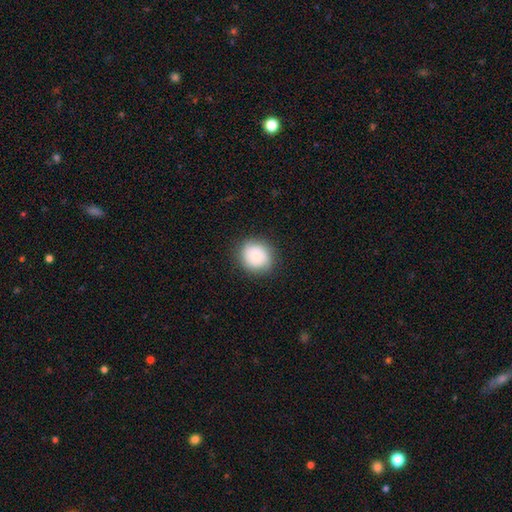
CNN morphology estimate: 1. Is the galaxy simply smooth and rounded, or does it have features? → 71% smooth, 20% featured or disk, 8% star or artifact.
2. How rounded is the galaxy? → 85% round, 14% in between, 1% cigar-shaped.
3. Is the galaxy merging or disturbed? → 84% none, 11% minor disturbance, 3% major disturbance, 1% merger.